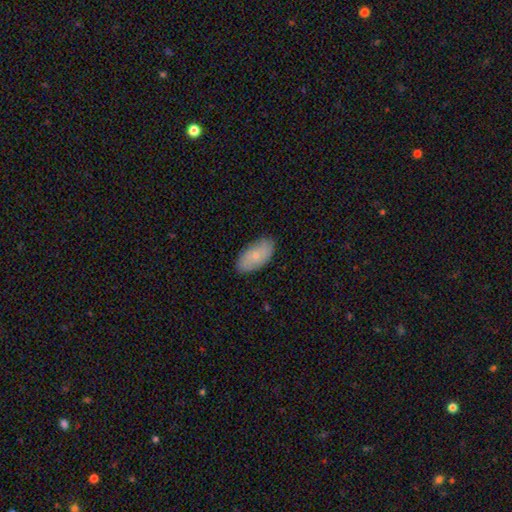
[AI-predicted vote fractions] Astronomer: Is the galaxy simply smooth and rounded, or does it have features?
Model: smooth — 74%.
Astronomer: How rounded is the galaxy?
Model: in between — 93%.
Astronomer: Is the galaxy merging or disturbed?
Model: none — 85%.